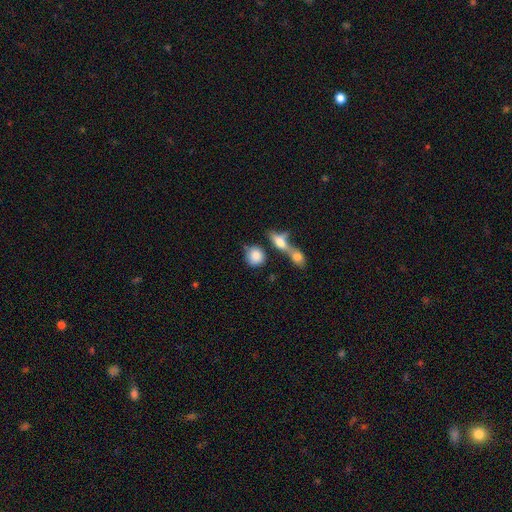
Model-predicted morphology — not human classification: This appears to be a smooth galaxy with no disk features (82%) that is round (71%). Merging: none (50%).